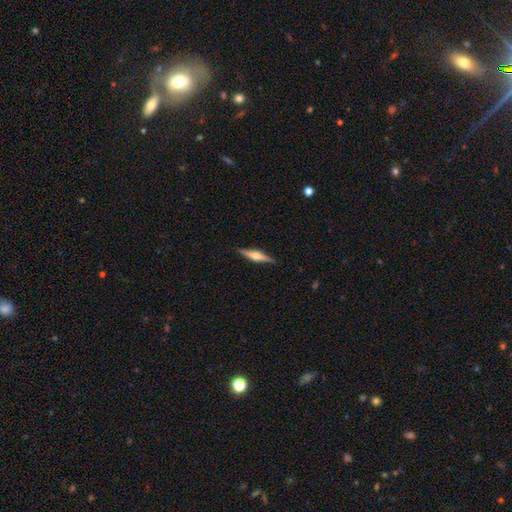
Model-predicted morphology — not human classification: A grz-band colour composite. It shows a featured or disk galaxy (65%) viewed edge-on (97%) with a rounded central bulge (86%). Merging: none (89%).